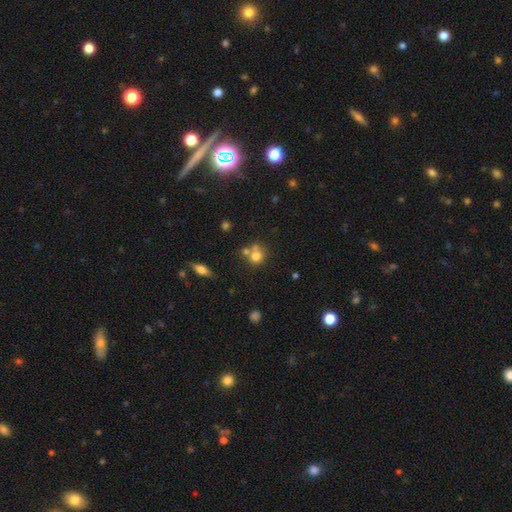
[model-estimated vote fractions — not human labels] smooth_or_featured: smooth (p=0.72) [alt: featured or disk p=0.15]
how_rounded: round (p=0.82) [alt: in between p=0.17]
merging: none (p=0.47) [alt: merger p=0.39]